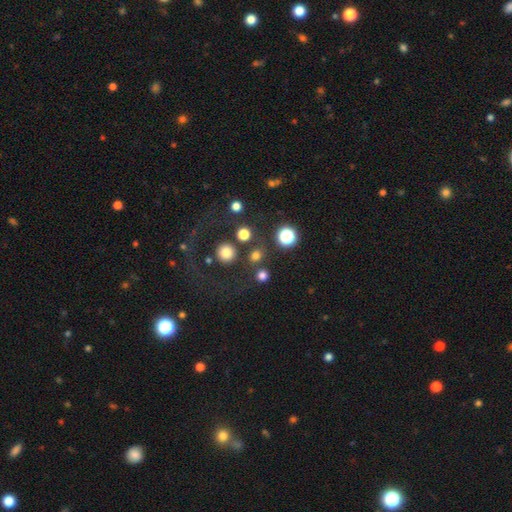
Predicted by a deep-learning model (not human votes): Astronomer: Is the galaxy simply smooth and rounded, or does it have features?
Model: smooth — 74%.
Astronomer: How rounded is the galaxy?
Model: round — 92%.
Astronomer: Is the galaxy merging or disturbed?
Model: none — 80%.